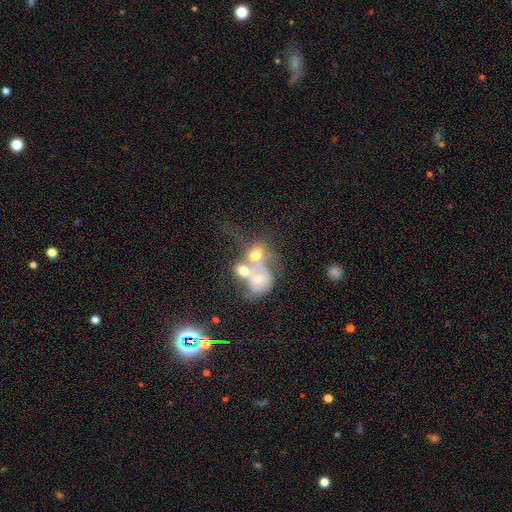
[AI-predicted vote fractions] Morphology: type=featured or disk (42%, tied with smooth); merging=merger (66%).